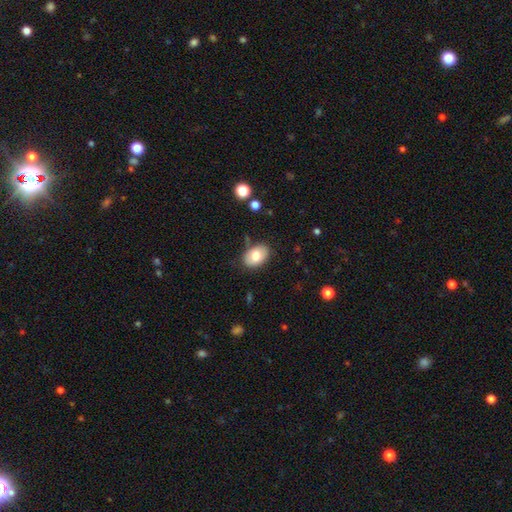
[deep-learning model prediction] A smooth galaxy with no disk features (76%) that is in between round and cigar-shaped (85%). Merging: none (81%).